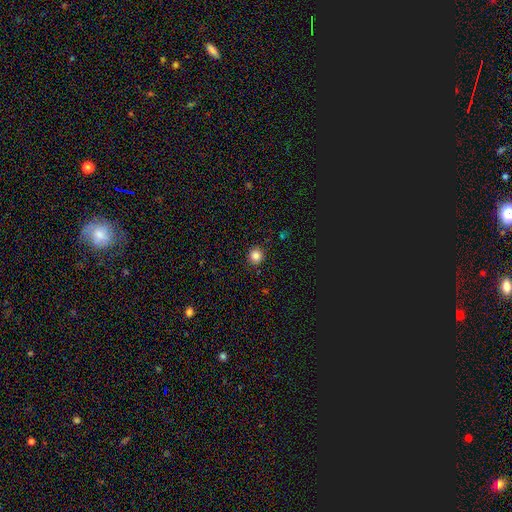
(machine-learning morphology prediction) smooth 84%, star or artifact 11%, featured or disk 5%. Down the decision tree: how rounded — round (91%); merging — none (91%).